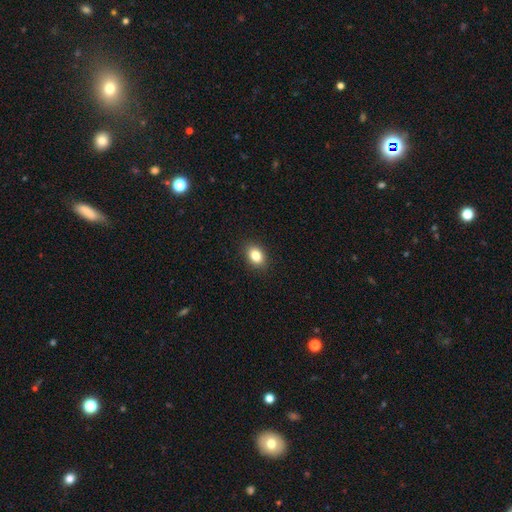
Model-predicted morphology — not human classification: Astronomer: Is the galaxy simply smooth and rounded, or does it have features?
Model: smooth — 84%.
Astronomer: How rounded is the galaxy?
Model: in between — 73%.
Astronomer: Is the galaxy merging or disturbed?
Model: none — 89%.